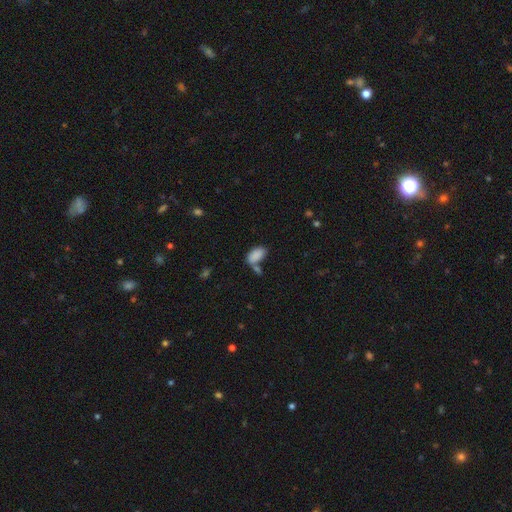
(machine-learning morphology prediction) smooth-or-featured: smooth: 86% | star or artifact: 8% | featured or disk: 5%
  how-rounded: in between: 94% | round: 3% | cigar-shaped: 3%
  merging: none: 49% | merger: 30% | minor disturbance: 15% | major disturbance: 6%